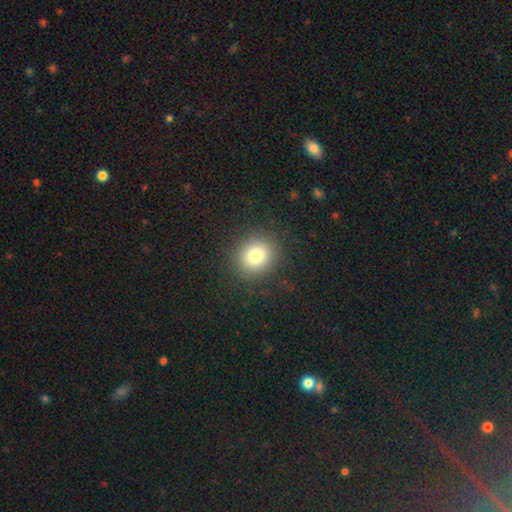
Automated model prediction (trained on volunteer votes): Smooth or featured?
  - smooth: 80% *
  - star or artifact: 12%
  - featured or disk: 8%
How rounded?
  - round: 83% *
  - in between: 16%
  - cigar-shaped: 1%
Merging?
  - none: 89% *
  - minor disturbance: 7%
  - major disturbance: 3%
  - merger: 1%